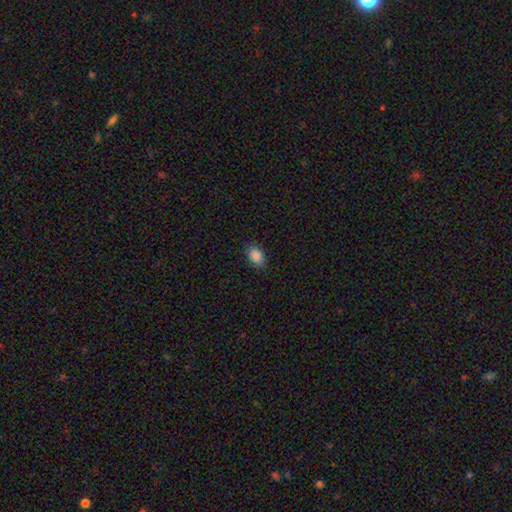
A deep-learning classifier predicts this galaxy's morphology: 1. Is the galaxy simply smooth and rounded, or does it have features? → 88% smooth, 8% star or artifact, 4% featured or disk.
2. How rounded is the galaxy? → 86% in between, 12% round, 1% cigar-shaped.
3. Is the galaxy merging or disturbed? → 86% none, 11% minor disturbance, 2% major disturbance, 1% merger.